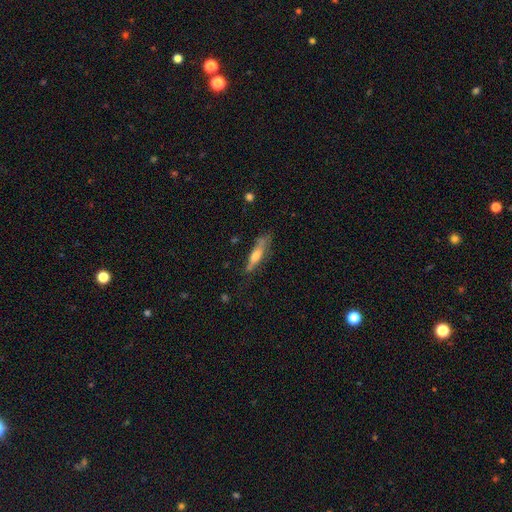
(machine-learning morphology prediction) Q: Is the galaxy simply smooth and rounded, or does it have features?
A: featured or disk — 47%.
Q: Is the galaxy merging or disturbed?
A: none — 62%.